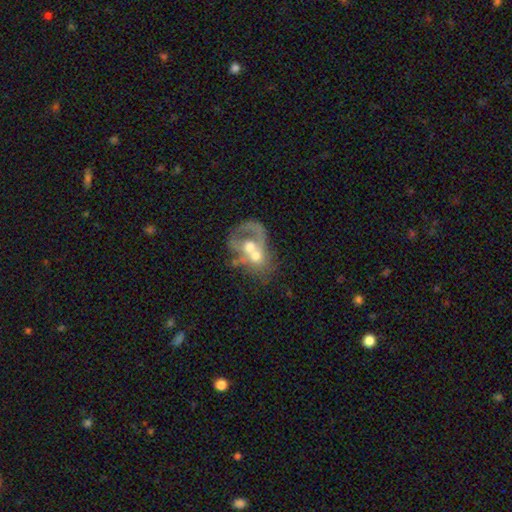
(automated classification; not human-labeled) This is possibly a featured or disk galaxy (54%). It is clearly not viewed edge-on (97%). Bar: clearly no (86%). Spiral arm pattern: likely no (78%). Central bulge: likely moderate (64%). Merging: likely merger (66%).